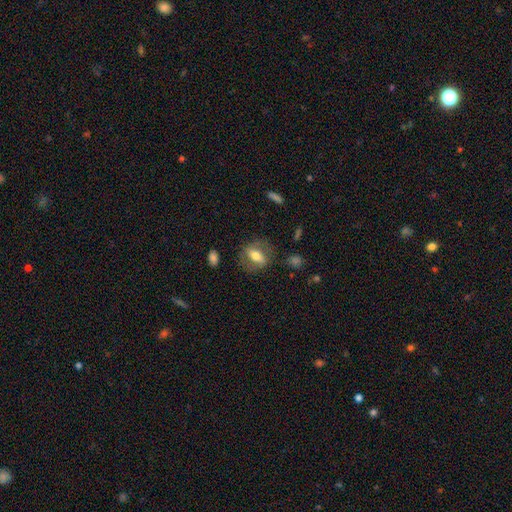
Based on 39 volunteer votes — smooth 54%, featured or disk 38%, star or artifact 8%. Down the decision tree: how rounded — in between (62%); merging — none (72%).